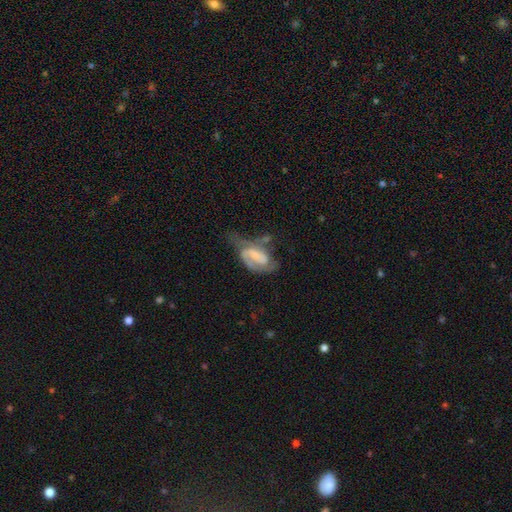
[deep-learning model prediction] smooth-or-featured: featured or disk: 69% | smooth: 24% | star or artifact: 7%
  disk-edge-on: no: 96% | yes: 4%
    bar: weak: 41% | no: 37% | strong: 22%
    has-spiral-arms: yes: 84% | no: 16%
      spiral-winding: medium: 45% | tight: 33% | loose: 23%
      spiral-arm-count: 2: 65% | 1: 16% | can't tell: 13% | 3: 3% | 4: 1% | more than 4: 1%
    bulge-size: small: 44% | none: 24% | moderate: 23% | large: 7% | dominant: 2%
  merging: major disturbance: 38% | none: 27% | minor disturbance: 26% | merger: 10%